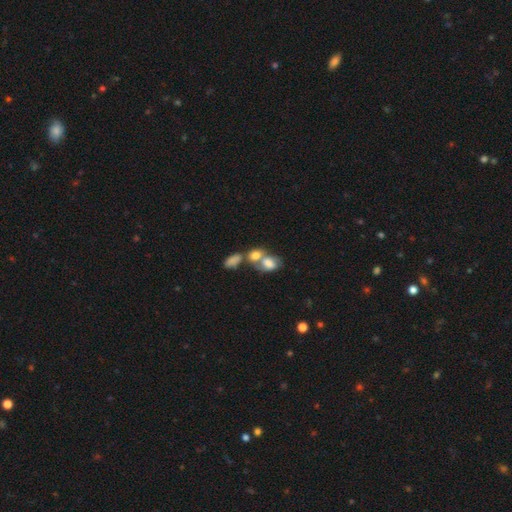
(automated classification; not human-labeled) This is likely a smooth galaxy (66%). How rounded: likely in between (78%). Merging: likely merger (65%).